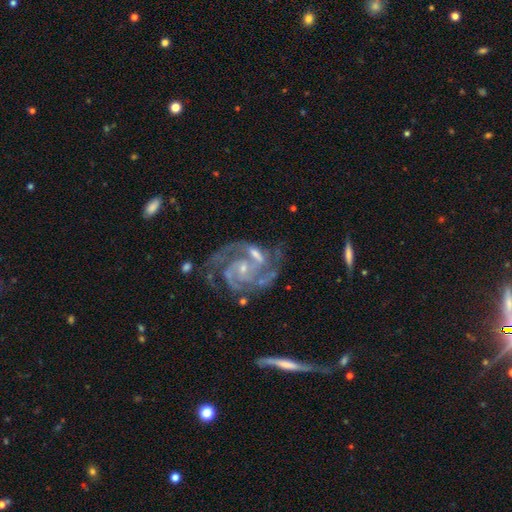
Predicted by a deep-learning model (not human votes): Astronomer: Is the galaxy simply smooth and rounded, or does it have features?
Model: featured or disk — 91%.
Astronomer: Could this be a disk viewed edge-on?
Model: no — 97%.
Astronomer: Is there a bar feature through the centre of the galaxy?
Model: no — 56% (runner-up: weak, 32%).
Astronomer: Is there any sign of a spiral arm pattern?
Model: yes — 98%.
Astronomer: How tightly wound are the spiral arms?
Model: tight — 47% (runner-up: medium, 45%).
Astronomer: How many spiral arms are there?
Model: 2 — 56%.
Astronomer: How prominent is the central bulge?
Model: small — 72%.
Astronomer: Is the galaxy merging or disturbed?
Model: none — 45% (runner-up: merger, 25%).